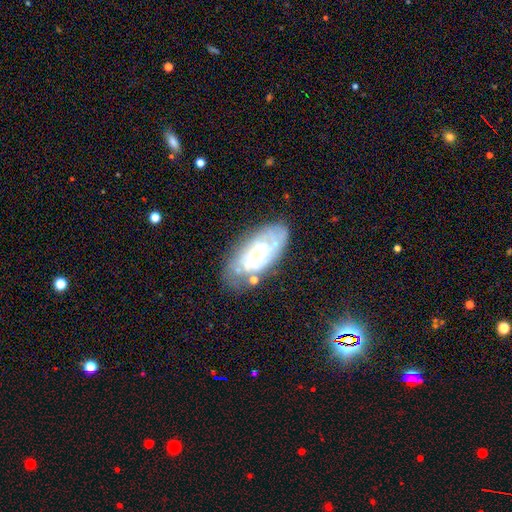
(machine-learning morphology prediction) The model was most divided on "bulge size": small: 58%, moderate: 32%, none: 4%, large: 4%, dominant: 1%. More confident: edge-on disk — no (93%); bar — no (73%); smooth or featured — featured or disk (70%); spiral arms — yes (68%); merging — none (61%).